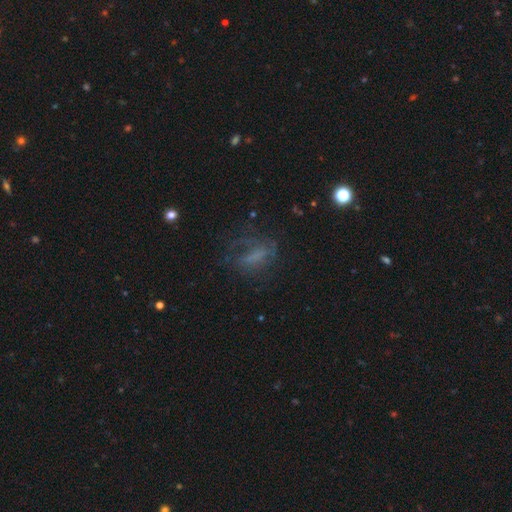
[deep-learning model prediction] featured or disk 41%, smooth 38%, star or artifact 21%. Down the decision tree: merging — none (49%).